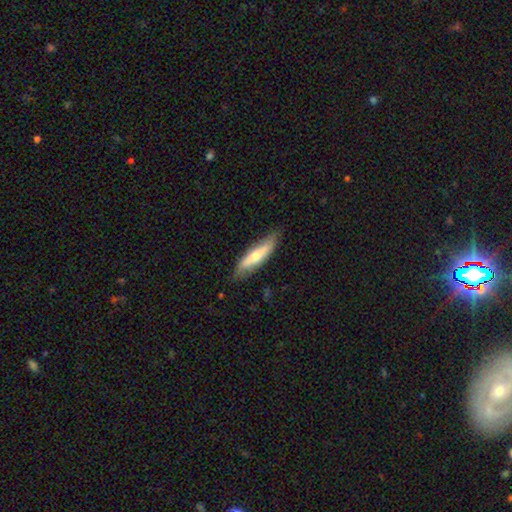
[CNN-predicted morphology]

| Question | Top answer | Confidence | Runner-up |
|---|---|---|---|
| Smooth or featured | smooth | 56% | featured or disk (39%) |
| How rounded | cigar-shaped | 66% | in between (32%) |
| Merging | none | 77% | minor disturbance (19%) |